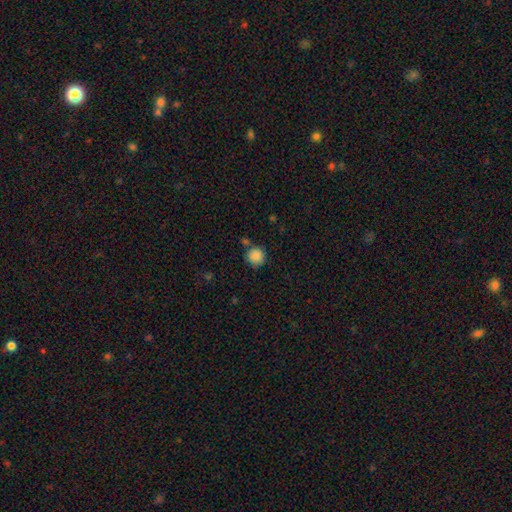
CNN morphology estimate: The model was most divided on "merging": none: 74%, minor disturbance: 14%, merger: 9%, major disturbance: 4%. More confident: how rounded — round (93%); smooth or featured — smooth (87%).